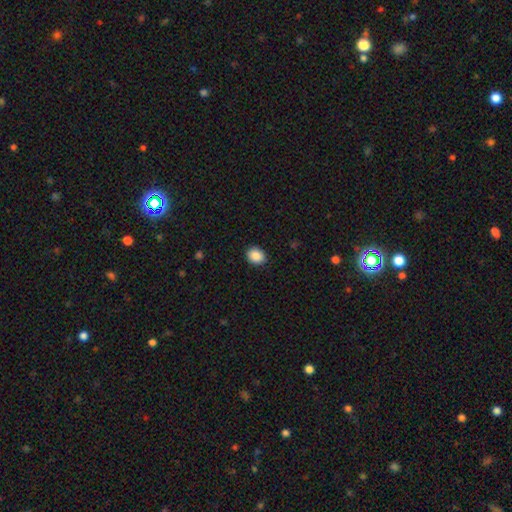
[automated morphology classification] smooth 88%, star or artifact 8%, featured or disk 4%. Down the decision tree: how rounded — round (58%); merging — none (89%).